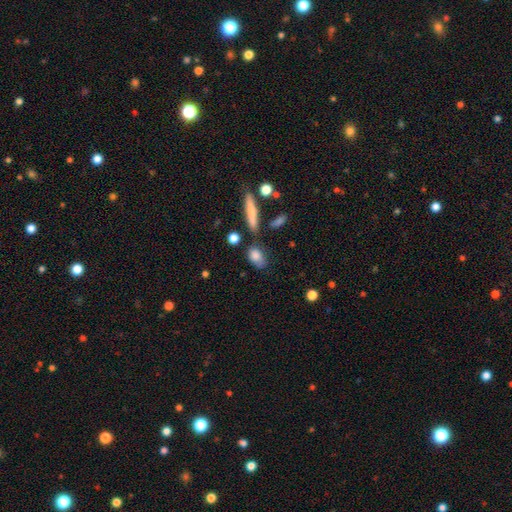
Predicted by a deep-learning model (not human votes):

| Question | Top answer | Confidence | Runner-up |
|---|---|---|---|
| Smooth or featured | smooth | 82% | featured or disk (10%) |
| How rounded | in between | 76% | round (15%) |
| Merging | none | 58% | minor disturbance (22%) |